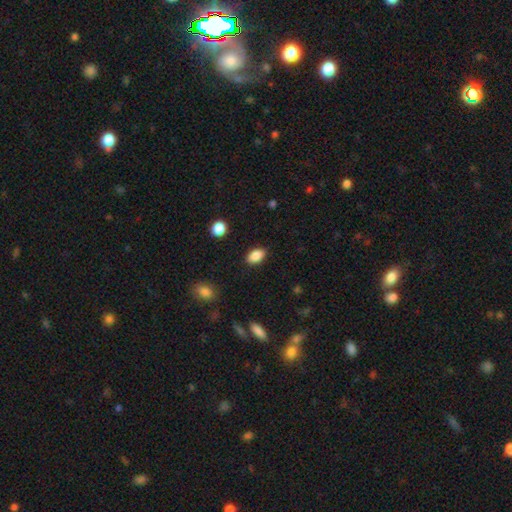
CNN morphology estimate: A smooth galaxy with no disk features (87%) that is in between round and cigar-shaped (89%). Merging: none (87%).